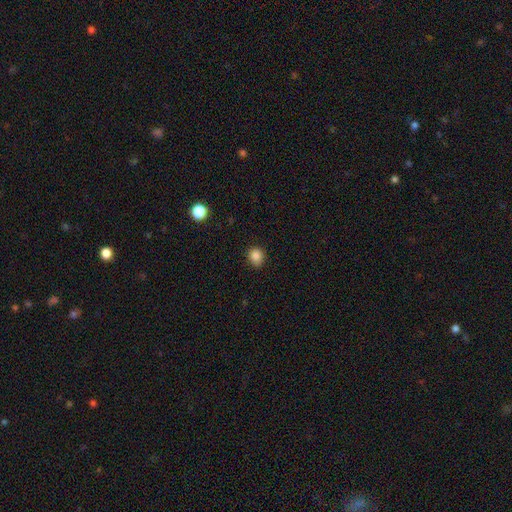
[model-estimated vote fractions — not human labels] A smooth galaxy with no disk features (85%) that is round (76%). Merging: none (83%).